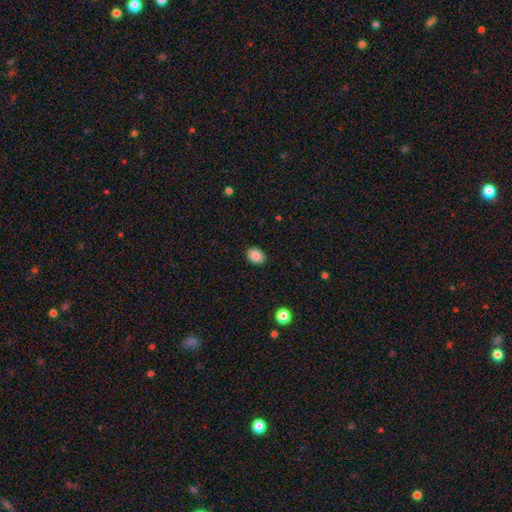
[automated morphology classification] Q: Smooth or featured?
A: smooth (87%); runner-up: star or artifact (8%)
Q: How rounded?
A: in between (70%); runner-up: round (29%)
Q: Merging?
A: none (89%); runner-up: minor disturbance (8%)